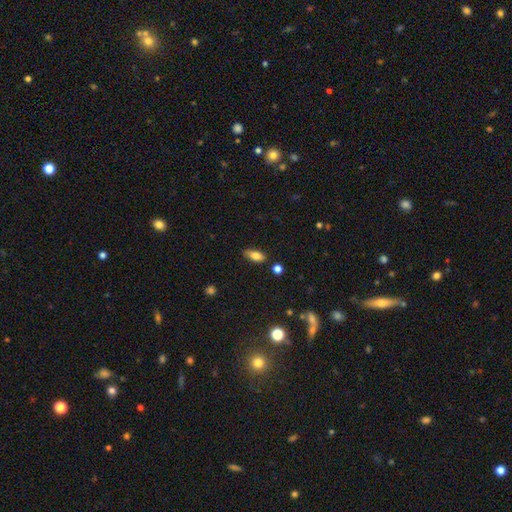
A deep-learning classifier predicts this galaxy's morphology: Smooth or featured: smooth — 81% (featured or disk — 10%)
How rounded: in between — 84% (cigar-shaped — 13%)
Merging: none — 76% (minor disturbance — 18%)